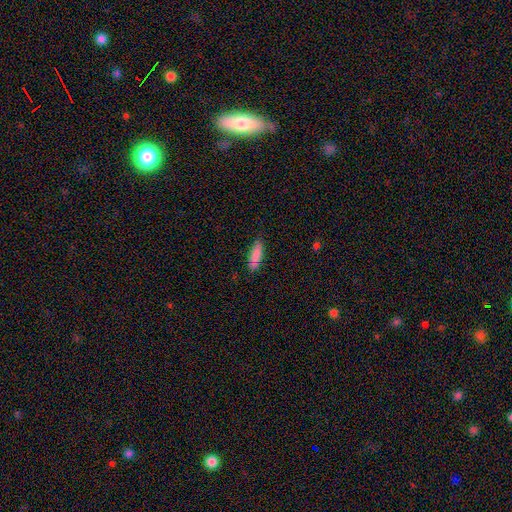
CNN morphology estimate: Smooth or featured? Predicted: smooth (p=0.83). How rounded? Predicted: in between (p=0.51). Merging? Predicted: none (p=0.74).